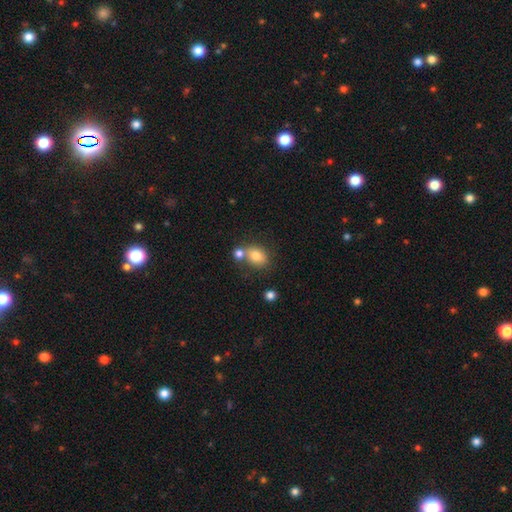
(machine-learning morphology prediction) smooth_or_featured: smooth (p=0.80) [alt: featured or disk p=0.10]
how_rounded: in between (p=0.57) [alt: round p=0.42]
merging: none (p=0.50) [alt: merger p=0.33]